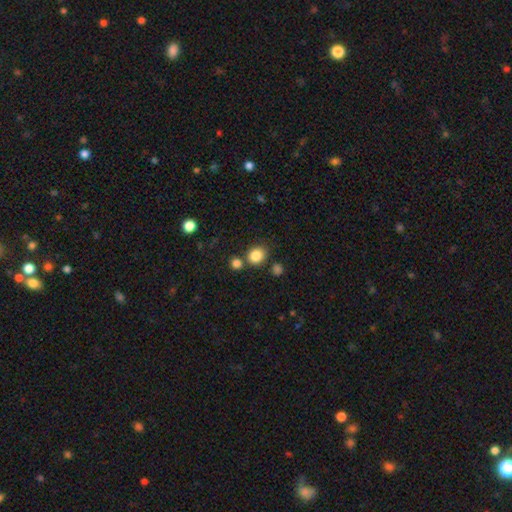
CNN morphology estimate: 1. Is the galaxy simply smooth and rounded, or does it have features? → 85% smooth, 11% star or artifact, 5% featured or disk.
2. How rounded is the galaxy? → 72% round, 27% in between, 1% cigar-shaped.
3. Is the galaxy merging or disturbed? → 72% none, 14% merger, 10% minor disturbance, 3% major disturbance.